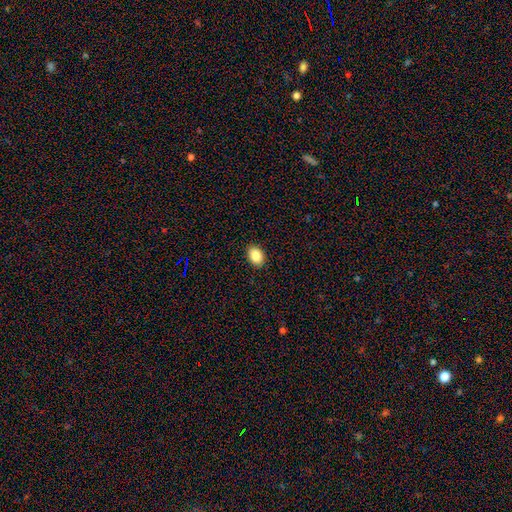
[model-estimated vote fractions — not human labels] Smooth or featured? smooth (87%)
How rounded? in between (75%)
Merging? none (90%)